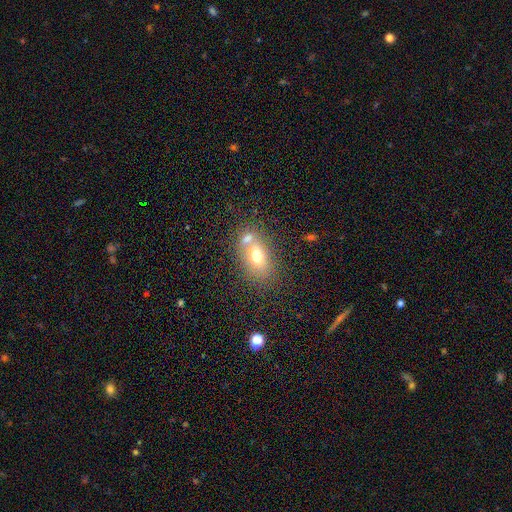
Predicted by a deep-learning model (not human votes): This is likely a smooth galaxy (66%). How rounded: likely in between (79%). Merging: marginally merger (42%).